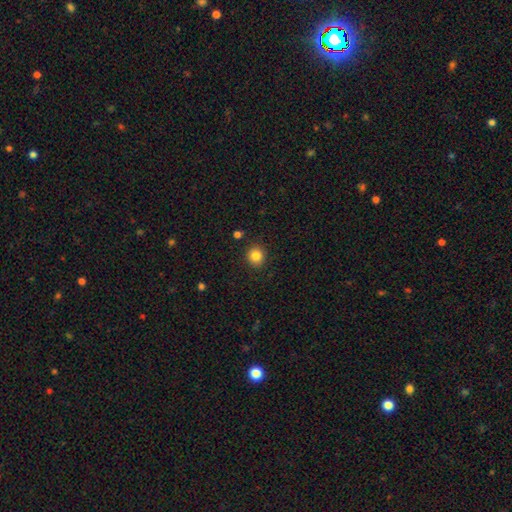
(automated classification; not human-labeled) This is clearly a smooth galaxy (84%). How rounded: clearly round (89%). Merging: clearly none (90%).